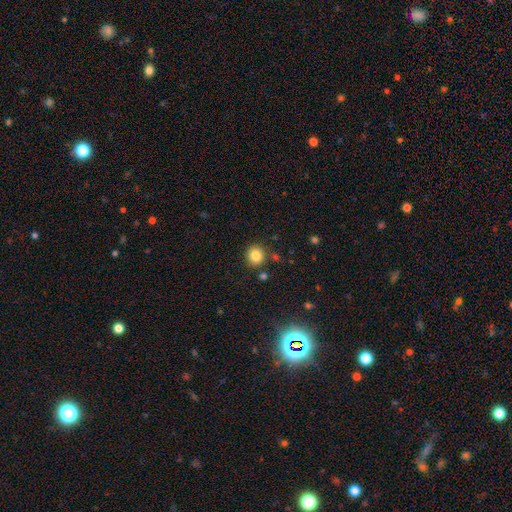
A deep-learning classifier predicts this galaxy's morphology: Overall: smooth (84%). How rounded: round (90%). Merging: none (85%).